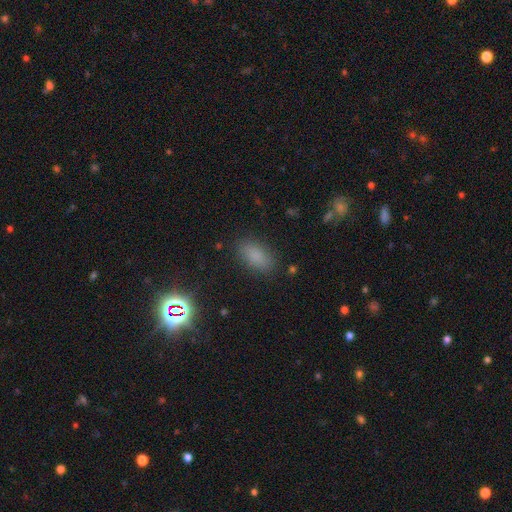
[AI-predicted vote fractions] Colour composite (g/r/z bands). It shows a smooth galaxy with no disk features (80%) that is in between round and cigar-shaped (90%). Merging: none (85%).